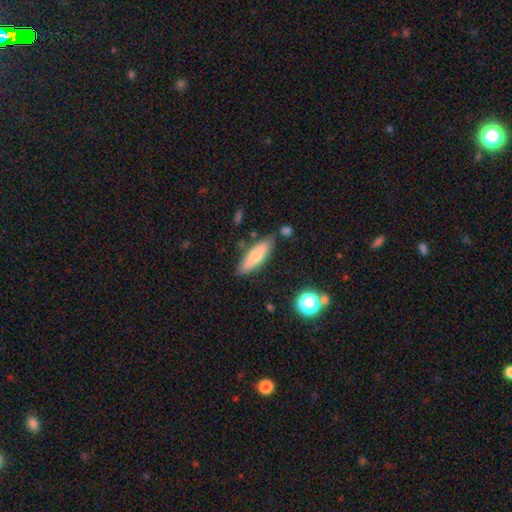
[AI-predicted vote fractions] The model was most divided on "how rounded": cigar-shaped: 54%, in between: 44%, round: 2%. More confident: merging — none (78%); smooth or featured — smooth (75%).